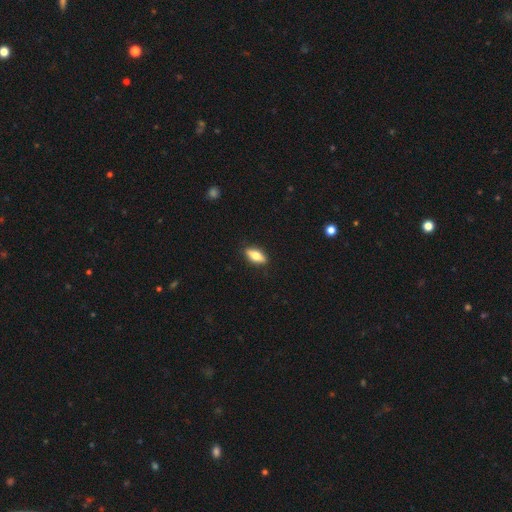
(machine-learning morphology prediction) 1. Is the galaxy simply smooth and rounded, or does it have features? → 66% smooth, 28% featured or disk, 7% star or artifact.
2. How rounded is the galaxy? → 76% in between, 21% cigar-shaped, 4% round.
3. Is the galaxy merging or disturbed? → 88% none, 9% minor disturbance, 2% major disturbance, 1% merger.